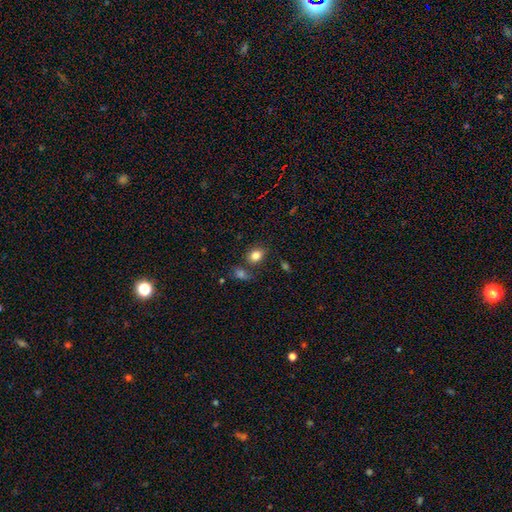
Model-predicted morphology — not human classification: A smooth galaxy with no disk features (83%) that is in between round and cigar-shaped (50%). Merging: none (73%).